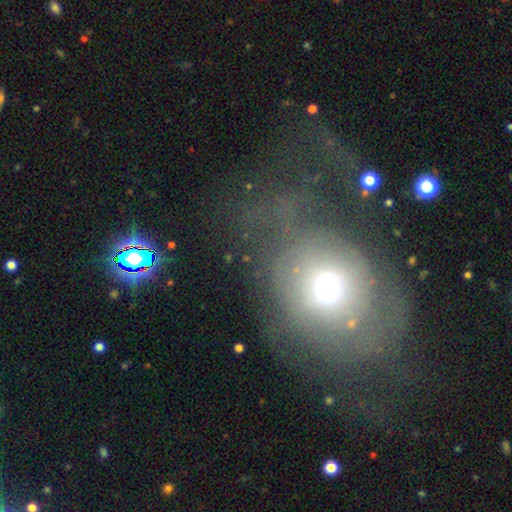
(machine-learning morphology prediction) Smooth or featured?
  - smooth: 43% *
  - featured or disk: 37%
  - star or artifact: 20%
Merging?
  - major disturbance: 42% *
  - none: 34%
  - minor disturbance: 19%
  - merger: 4%